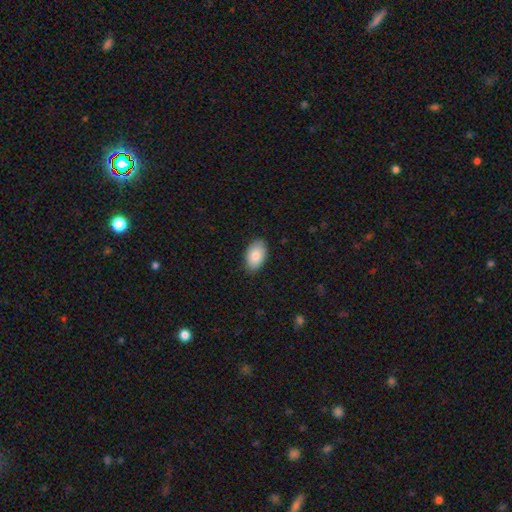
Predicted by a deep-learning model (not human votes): Morphology: type=smooth (83%); roundness=in between (92%); merging=none (85%).